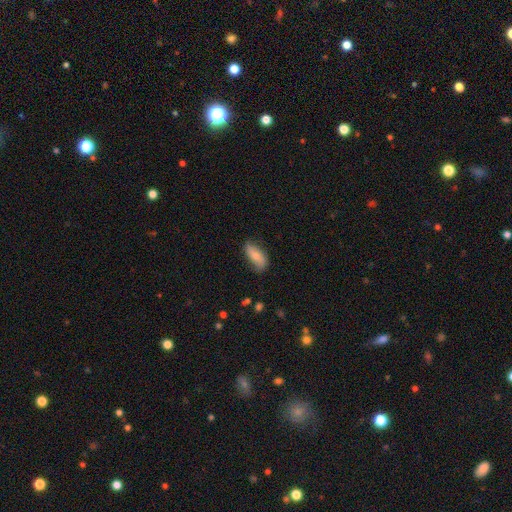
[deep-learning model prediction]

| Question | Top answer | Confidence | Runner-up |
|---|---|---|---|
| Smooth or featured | smooth | 67% | featured or disk (26%) |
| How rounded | in between | 85% | cigar-shaped (12%) |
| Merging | none | 68% | minor disturbance (25%) |